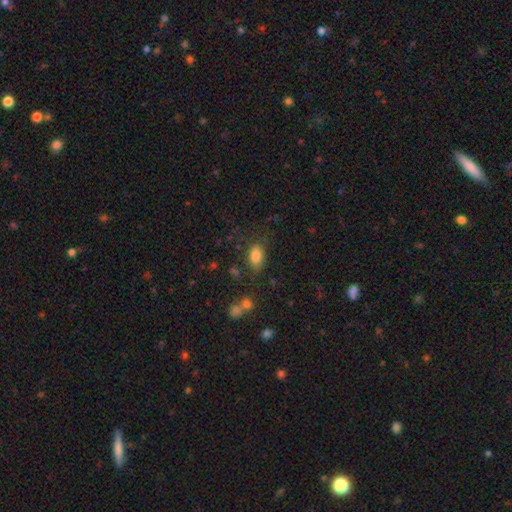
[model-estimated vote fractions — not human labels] The model was most divided on "merging": none: 73%, minor disturbance: 17%, major disturbance: 6%, merger: 4%. More confident: how rounded — in between (87%); smooth or featured — smooth (83%).